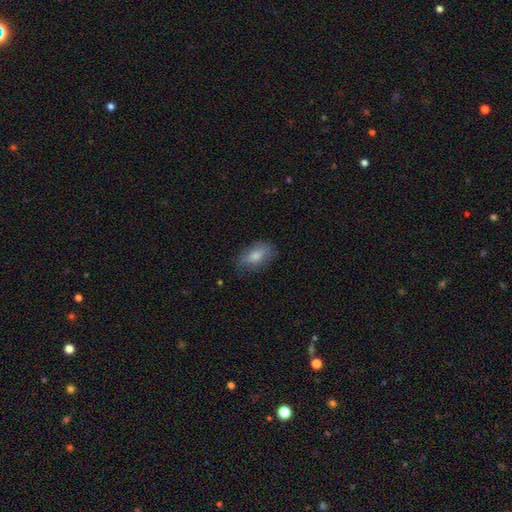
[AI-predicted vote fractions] Smooth or featured? smooth (79%)
How rounded? in between (90%)
Merging? none (72%)